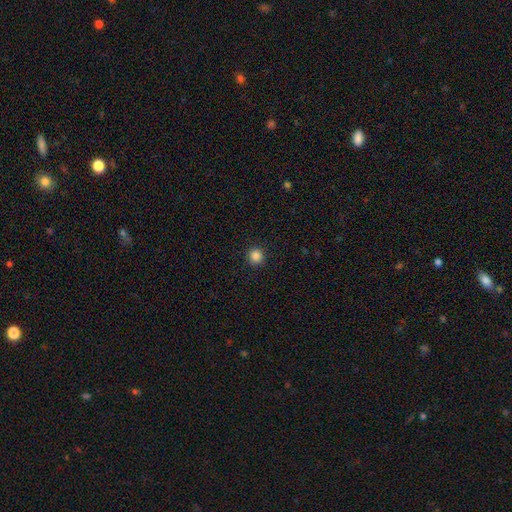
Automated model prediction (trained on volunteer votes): This appears to be a smooth galaxy with no disk features (86%) that is round (95%). Merging: none (93%).